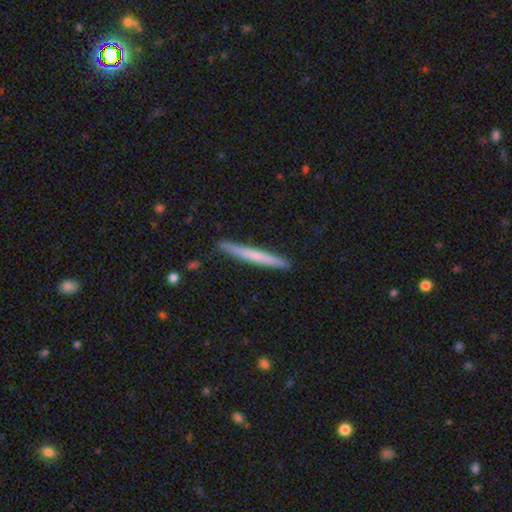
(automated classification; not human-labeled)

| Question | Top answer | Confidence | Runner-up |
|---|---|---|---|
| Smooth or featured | smooth | 59% | featured or disk (35%) |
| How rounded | cigar-shaped | 97% | in between (2%) |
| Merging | none | 91% | minor disturbance (7%) |